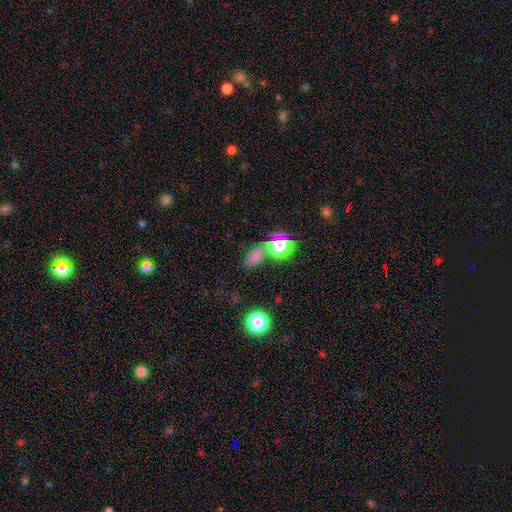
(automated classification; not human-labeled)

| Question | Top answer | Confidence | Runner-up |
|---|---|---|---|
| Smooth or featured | smooth | 65% | star or artifact (27%) |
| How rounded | in between | 69% | round (23%) |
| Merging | none | 49% | merger (29%) |